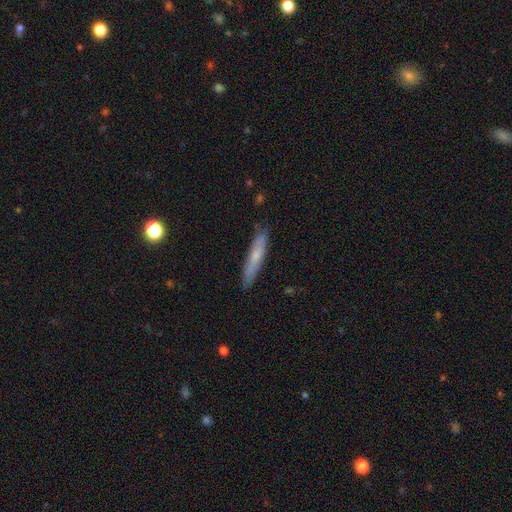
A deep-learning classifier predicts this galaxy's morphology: Q: Smooth or featured?
A: smooth (58%); runner-up: featured or disk (35%)
Q: How rounded?
A: cigar-shaped (92%); runner-up: in between (7%)
Q: Merging?
A: none (85%); runner-up: minor disturbance (12%)